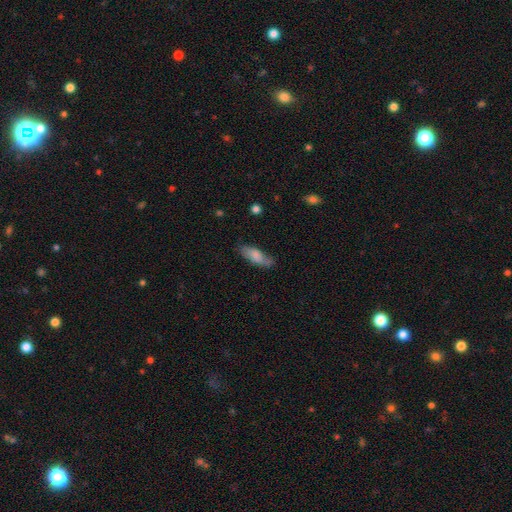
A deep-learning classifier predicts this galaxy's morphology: Smooth or featured: smooth — 75% (featured or disk — 18%)
How rounded: in between — 66% (cigar-shaped — 32%)
Merging: none — 66% (minor disturbance — 25%)